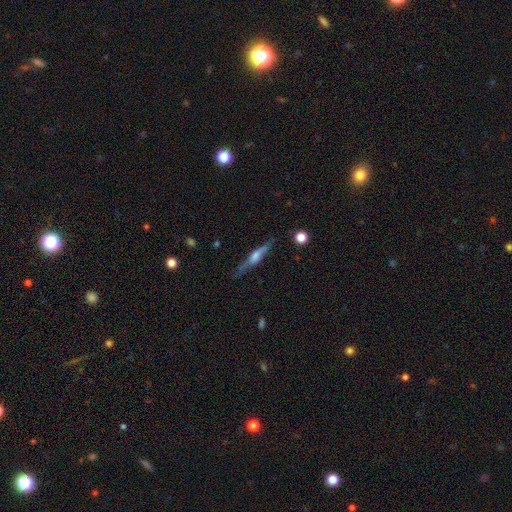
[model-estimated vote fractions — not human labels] Smooth or featured? featured or disk (67%)
Edge-on disk? yes (95%)
Edge-on bulge? rounded (67%)
Merging? none (77%)